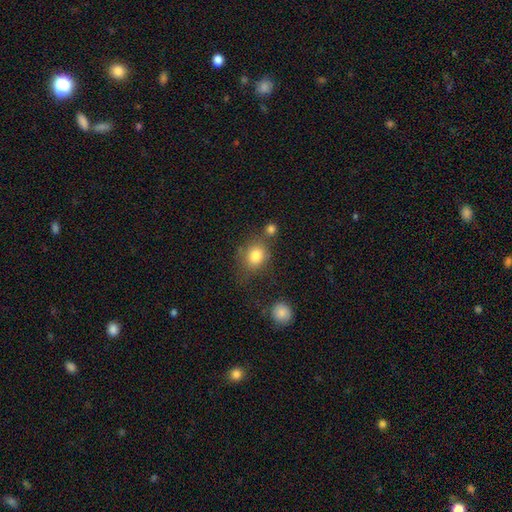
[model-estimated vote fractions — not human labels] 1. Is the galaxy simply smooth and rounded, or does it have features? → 81% smooth, 10% star or artifact, 9% featured or disk.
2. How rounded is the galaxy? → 63% round, 36% in between, 1% cigar-shaped.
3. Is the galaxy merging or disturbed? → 61% none, 18% minor disturbance, 14% merger, 8% major disturbance.